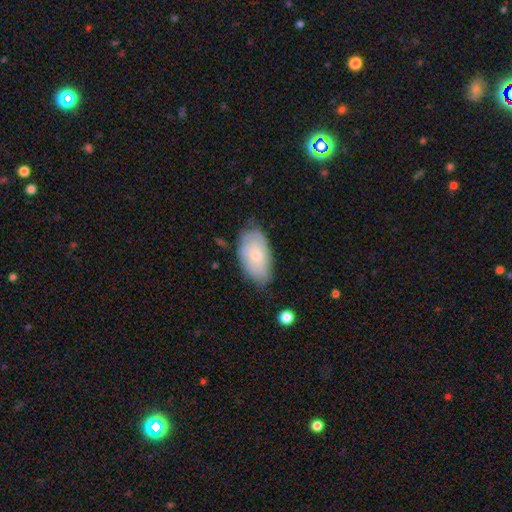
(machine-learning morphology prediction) Smooth or featured: featured or disk — 47% (tied with smooth — 47%)
Merging: none — 63% (minor disturbance — 29%)